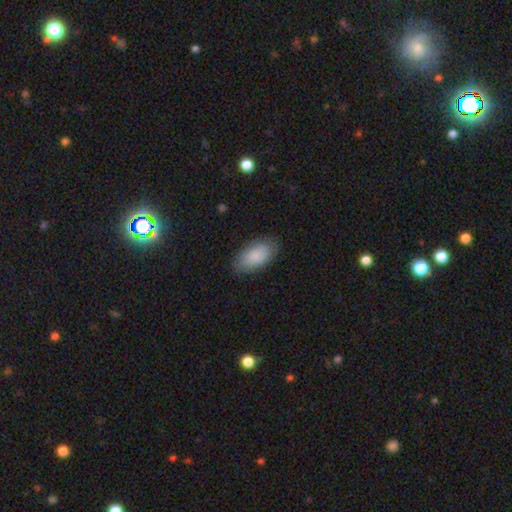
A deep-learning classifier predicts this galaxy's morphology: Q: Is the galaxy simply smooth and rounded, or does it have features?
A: smooth — 87%.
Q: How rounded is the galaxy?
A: in between — 94%.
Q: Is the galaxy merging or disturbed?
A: none — 82%.